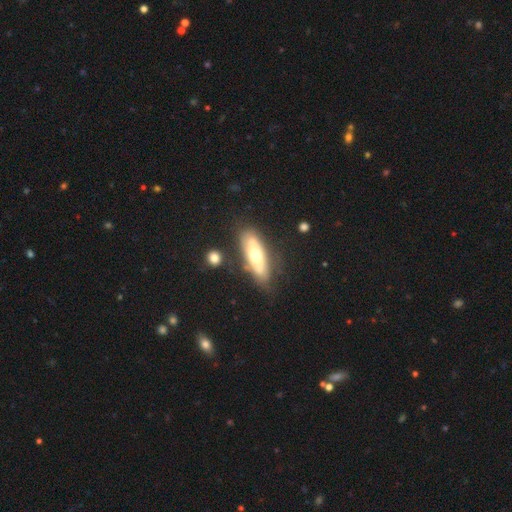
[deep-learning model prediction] smooth-or-featured: featured or disk: 59% | smooth: 35% | star or artifact: 6%
  disk-edge-on: no: 75% | yes: 25%
  merging: none: 70% | minor disturbance: 19% | major disturbance: 6% | merger: 5%